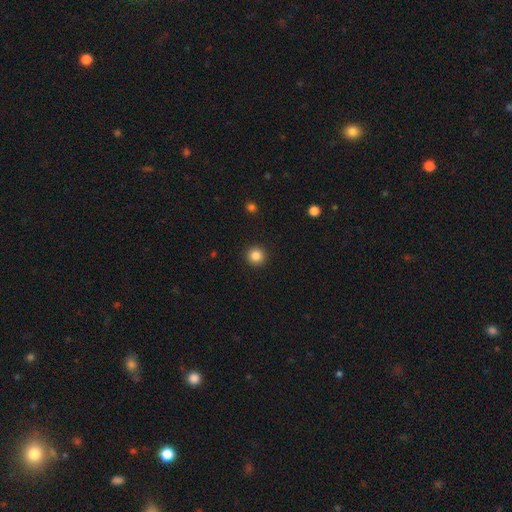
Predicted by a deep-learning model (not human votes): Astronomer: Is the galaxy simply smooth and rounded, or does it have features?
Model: smooth — 85%.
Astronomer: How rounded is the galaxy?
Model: round — 95%.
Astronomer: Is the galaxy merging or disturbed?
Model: none — 93%.